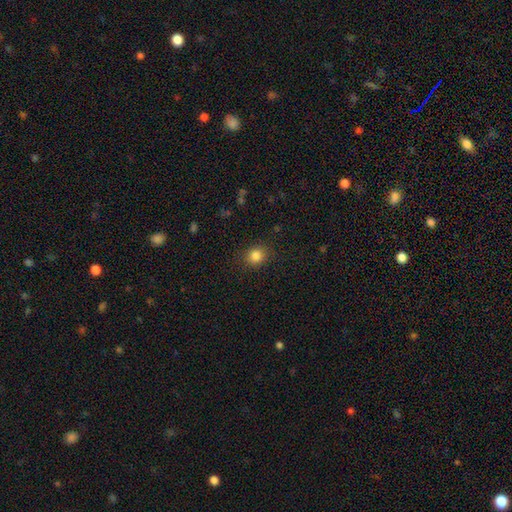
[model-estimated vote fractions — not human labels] smooth 84%, star or artifact 11%, featured or disk 5%. Down the decision tree: how rounded — round (78%); merging — none (86%).